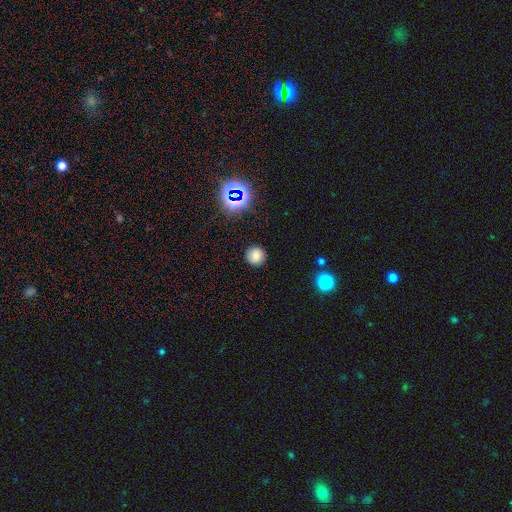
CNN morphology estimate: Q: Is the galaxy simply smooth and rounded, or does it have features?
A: smooth — 78%.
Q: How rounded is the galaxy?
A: round — 94%.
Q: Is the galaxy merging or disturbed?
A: none — 89%.